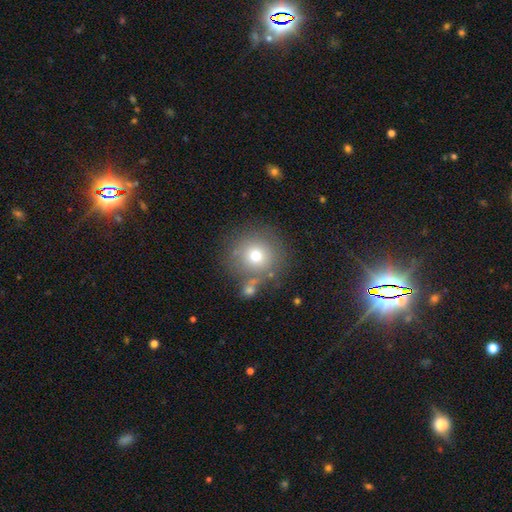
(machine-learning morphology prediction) Smooth or featured: smooth — 70% (featured or disk — 15%)
How rounded: round — 93% (in between — 6%)
Merging: none — 72% (minor disturbance — 11%)